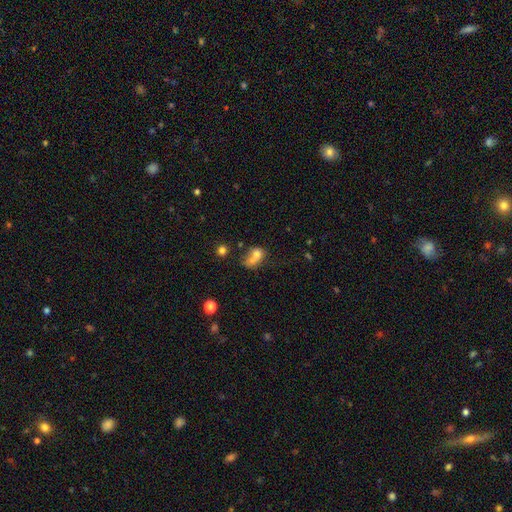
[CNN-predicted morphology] Smooth or featured? Predicted: smooth (p=0.68). How rounded? Predicted: in between (p=0.59). Merging? Predicted: merger (p=0.51).